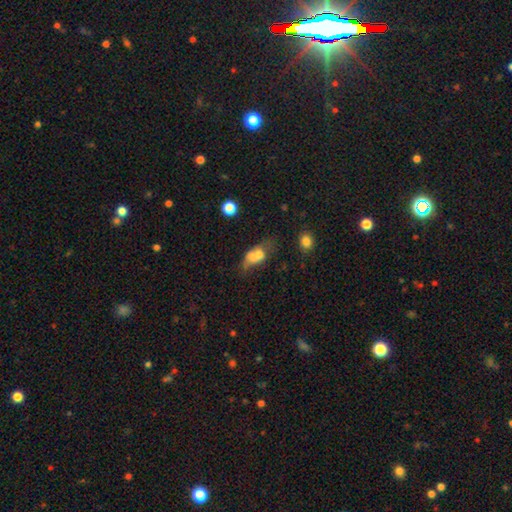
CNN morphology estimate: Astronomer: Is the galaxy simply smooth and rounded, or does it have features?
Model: smooth — 60%.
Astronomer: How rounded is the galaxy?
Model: in between — 70%.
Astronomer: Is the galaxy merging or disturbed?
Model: merger — 50%.